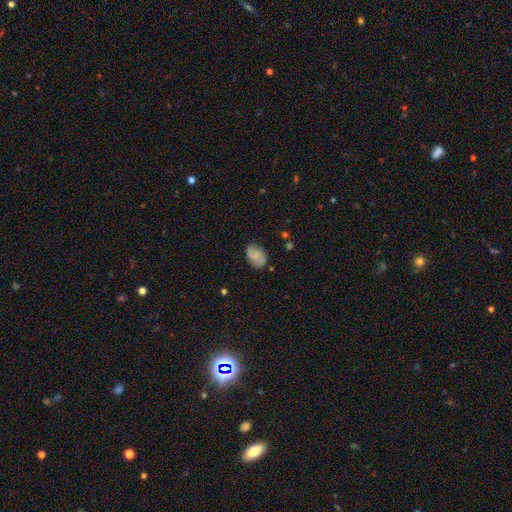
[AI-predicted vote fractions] Overall: smooth (74%). How rounded: in between (85%). Merging: none (78%).